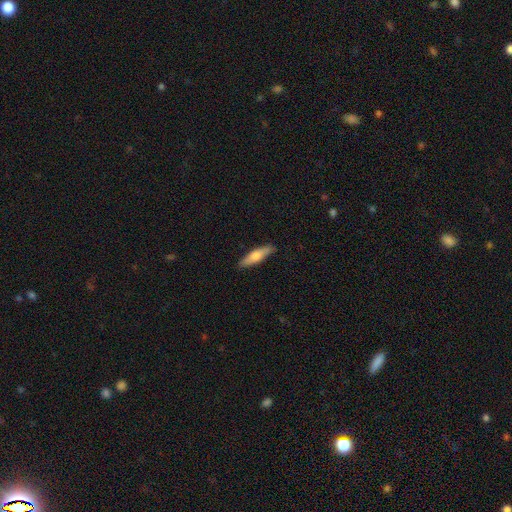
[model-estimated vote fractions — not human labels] This appears to be a smooth galaxy with no disk features (68%) that is cigar-shaped (70%). Merging: none (88%).